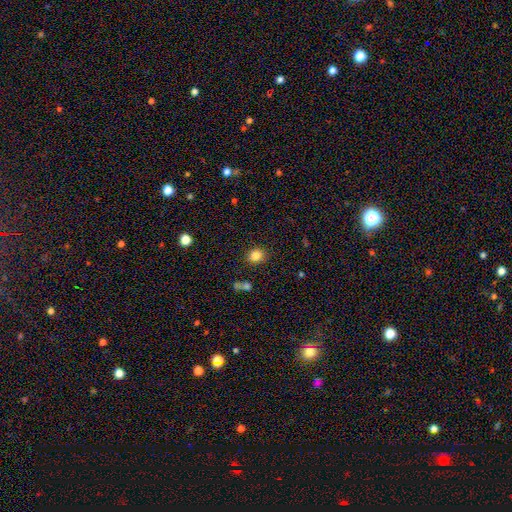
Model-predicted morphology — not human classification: smooth_or_featured: smooth (p=0.83) [alt: star or artifact p=0.11]
how_rounded: round (p=0.71) [alt: in between p=0.28]
merging: none (p=0.85) [alt: minor disturbance p=0.09]